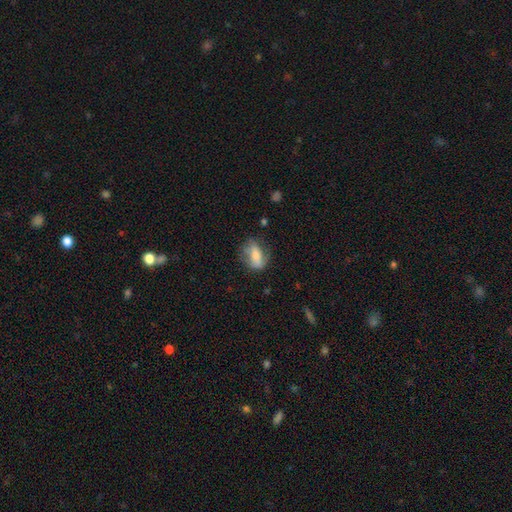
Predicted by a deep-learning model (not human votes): smooth-or-featured: smooth: 59% | featured or disk: 33% | star or artifact: 7%
  how-rounded: in between: 76% | round: 17% | cigar-shaped: 7%
  merging: none: 65% | minor disturbance: 24% | major disturbance: 10% | merger: 2%